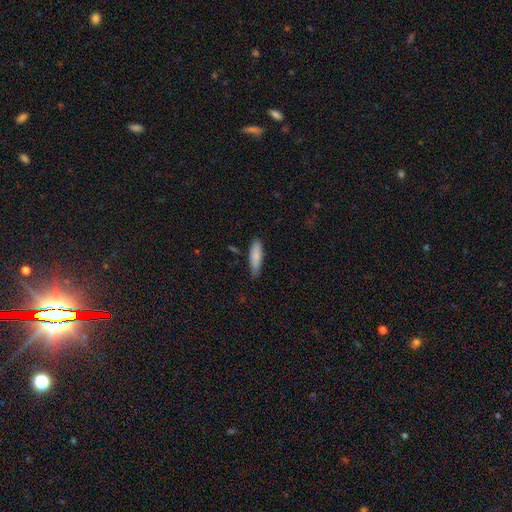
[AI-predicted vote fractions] A smooth galaxy with no disk features (83%) that is cigar-shaped (55%). Merging: none (75%).